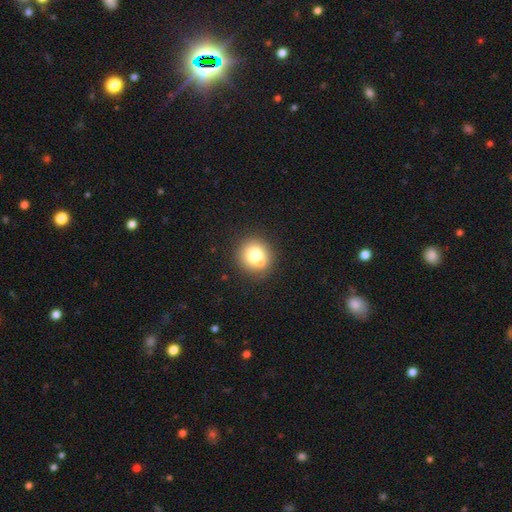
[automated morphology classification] smooth-or-featured: smooth: 74% | featured or disk: 14% | star or artifact: 11%
  how-rounded: round: 89% | in between: 10% | cigar-shaped: 1%
  merging: none: 71% | merger: 15% | minor disturbance: 10% | major disturbance: 3%